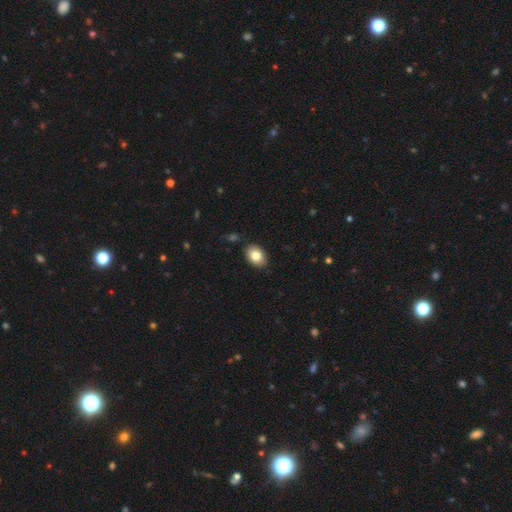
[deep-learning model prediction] Smooth or featured?
  - smooth: 82% *
  - featured or disk: 10%
  - star or artifact: 8%
How rounded?
  - in between: 80% *
  - round: 19%
  - cigar-shaped: 1%
Merging?
  - none: 87% *
  - minor disturbance: 9%
  - major disturbance: 2%
  - merger: 2%